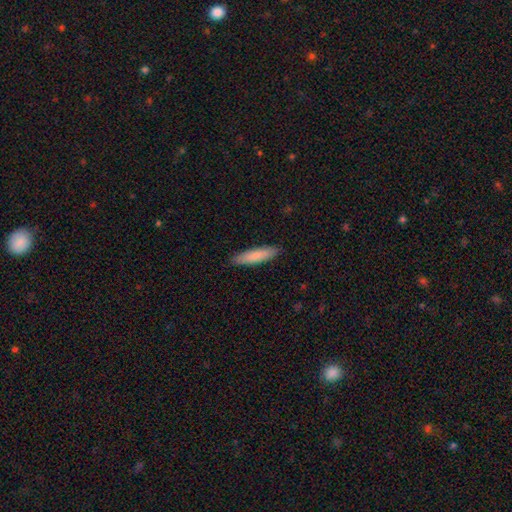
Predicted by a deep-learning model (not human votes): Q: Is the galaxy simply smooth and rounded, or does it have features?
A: smooth — 82%.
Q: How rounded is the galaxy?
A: cigar-shaped — 81%.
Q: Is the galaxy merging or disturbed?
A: none — 89%.